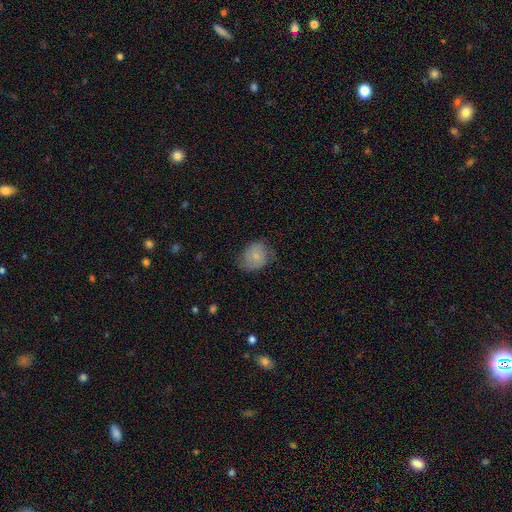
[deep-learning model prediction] Morphology: type=smooth (57%); roundness=round (56%); merging=none (56%).